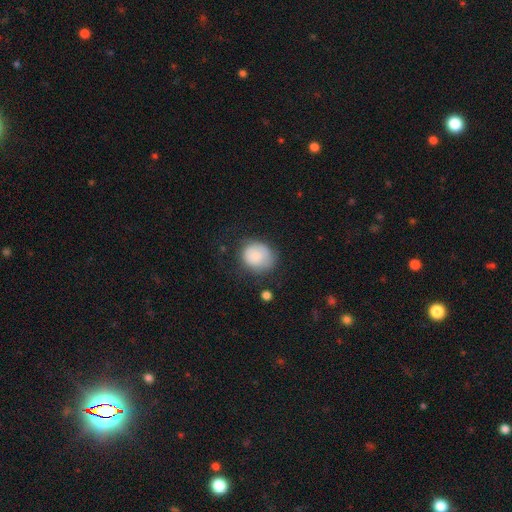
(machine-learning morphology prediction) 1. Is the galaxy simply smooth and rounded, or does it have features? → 82% smooth, 11% featured or disk, 7% star or artifact.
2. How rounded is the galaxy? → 71% round, 28% in between, 1% cigar-shaped.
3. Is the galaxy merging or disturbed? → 59% none, 26% minor disturbance, 12% major disturbance, 3% merger.